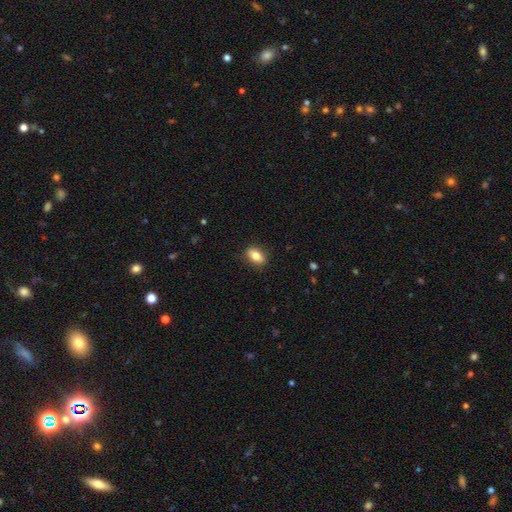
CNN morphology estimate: Q: Smooth or featured?
A: smooth (79%); runner-up: featured or disk (13%)
Q: How rounded?
A: in between (83%); runner-up: round (11%)
Q: Merging?
A: none (86%); runner-up: minor disturbance (11%)